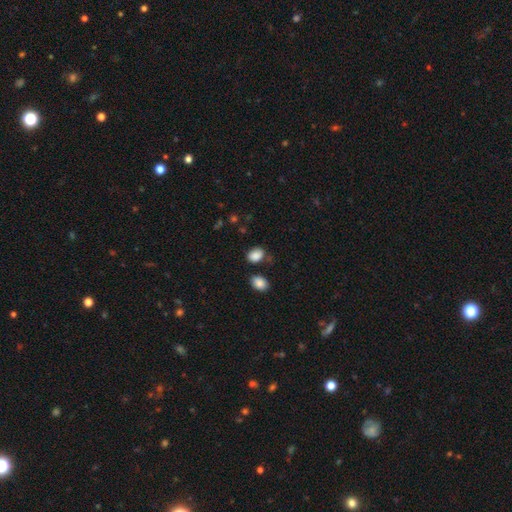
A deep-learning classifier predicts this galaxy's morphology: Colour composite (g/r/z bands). It shows a smooth galaxy with no disk features (87%) that is in between round and cigar-shaped (76%). Merging: none (72%).